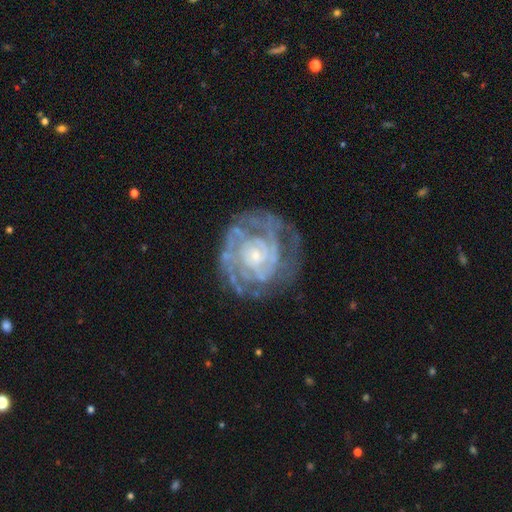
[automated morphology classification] Q: Smooth or featured?
A: featured or disk (86%); runner-up: smooth (8%)
Q: Edge-on disk?
A: no (98%); runner-up: yes (2%)
Q: Bar?
A: no (78%); runner-up: weak (17%)
Q: Spiral arms?
A: yes (92%); runner-up: no (8%)
Q: Spiral winding?
A: tight (75%); runner-up: medium (20%)
Q: Spiral arm count?
A: can't tell (38%); runner-up: 2 (19%)
Q: Bulge size?
A: small (76%); runner-up: moderate (17%)
Q: Merging?
A: none (70%); runner-up: minor disturbance (18%)